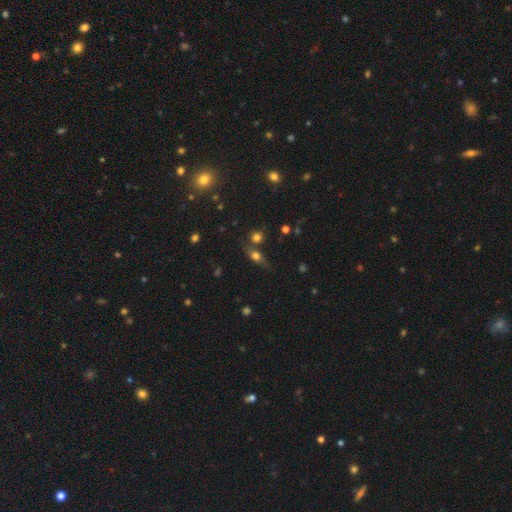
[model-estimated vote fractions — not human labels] A smooth galaxy with no disk features (59%) that is in between round and cigar-shaped (47%).

Vote fractions:
- Smooth or featured? smooth: 59% / featured or disk: 23% / star or artifact: 18%
- How rounded? in between: 47% / round: 36% / cigar-shaped: 17%
- Merging? none: 58% / merger: 21% / minor disturbance: 14% / major disturbance: 7%